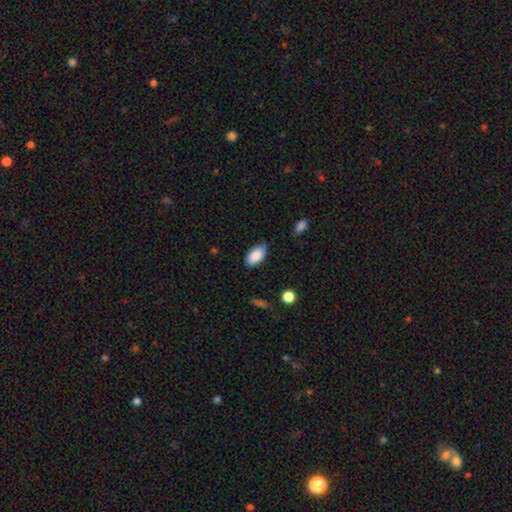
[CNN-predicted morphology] This is clearly a smooth galaxy (88%). How rounded: clearly in between (95%). Merging: clearly none (82%).